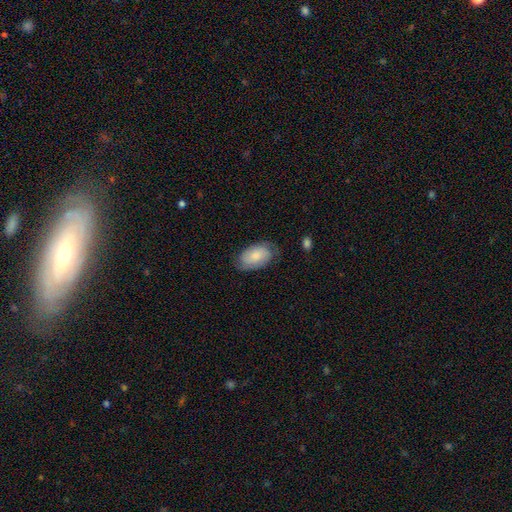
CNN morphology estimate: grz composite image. It shows a smooth galaxy with no disk features (65%) that is in between round and cigar-shaped (93%). Merging: none (70%).